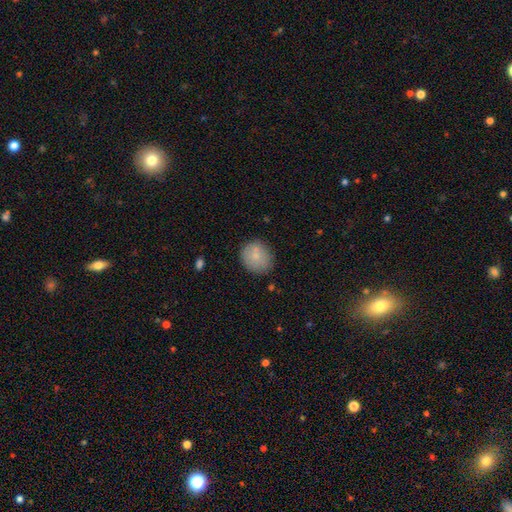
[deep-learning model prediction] Smooth or featured: smooth — 80% (featured or disk — 12%)
How rounded: round — 81% (in between — 18%)
Merging: none — 76% (minor disturbance — 16%)